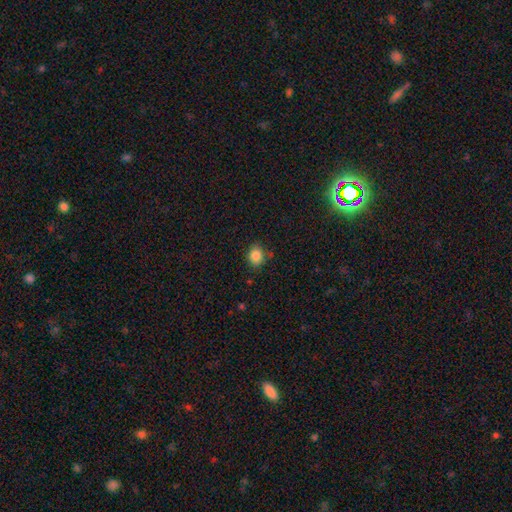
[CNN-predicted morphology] Smooth or featured? smooth (84%)
How rounded? round (61%)
Merging? none (79%)